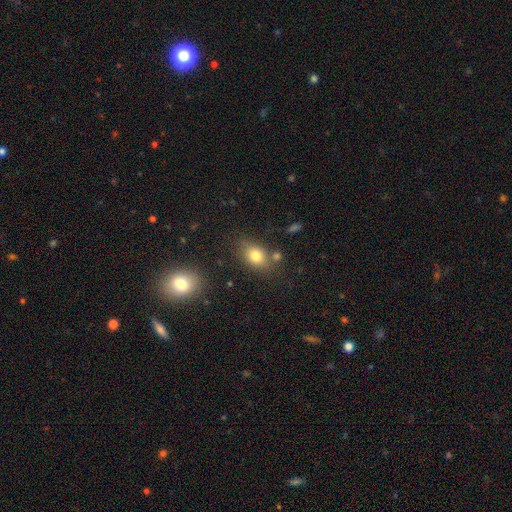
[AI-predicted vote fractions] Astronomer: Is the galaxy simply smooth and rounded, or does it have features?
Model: smooth — 78%.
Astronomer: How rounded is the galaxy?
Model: in between — 72%.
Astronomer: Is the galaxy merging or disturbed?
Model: none — 71%.